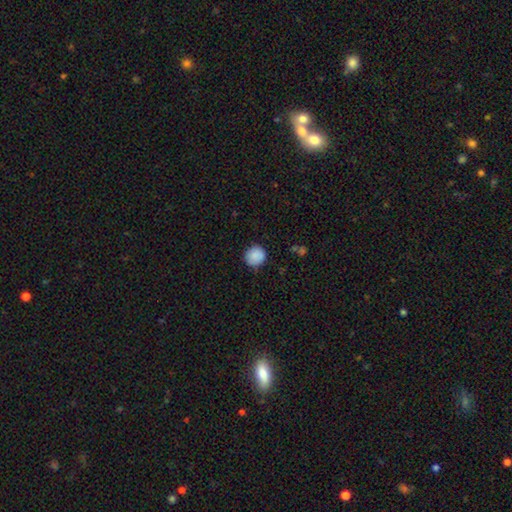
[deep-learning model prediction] smooth 88%, star or artifact 8%, featured or disk 4%. Down the decision tree: how rounded — round (88%); merging — none (84%).